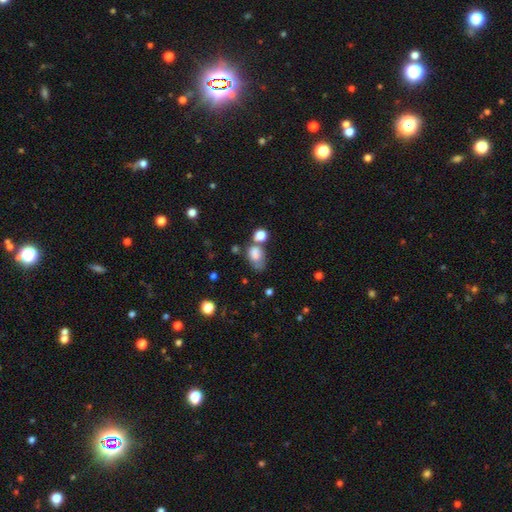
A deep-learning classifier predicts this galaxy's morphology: A smooth galaxy with no disk features (77%) that is in between round and cigar-shaped (82%).

Vote fractions:
- Smooth or featured? smooth: 77% / featured or disk: 12% / star or artifact: 11%
- How rounded? in between: 82% / round: 16% / cigar-shaped: 2%
- Merging? none: 34% / merger: 27% / minor disturbance: 24% / major disturbance: 15%